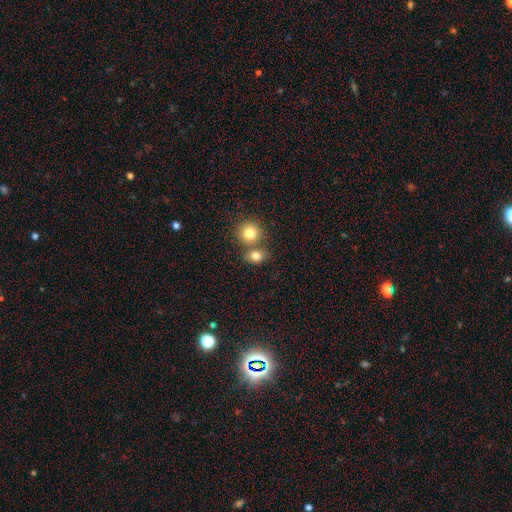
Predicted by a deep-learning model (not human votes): Q: Smooth or featured?
A: smooth (82%); runner-up: star or artifact (10%)
Q: How rounded?
A: round (61%); runner-up: in between (37%)
Q: Merging?
A: none (49%); runner-up: merger (40%)